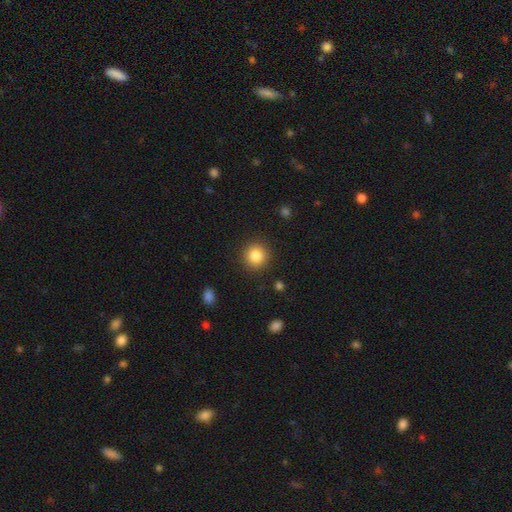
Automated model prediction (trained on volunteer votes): smooth 85%, star or artifact 10%, featured or disk 5%. Down the decision tree: how rounded — round (93%); merging — none (90%).